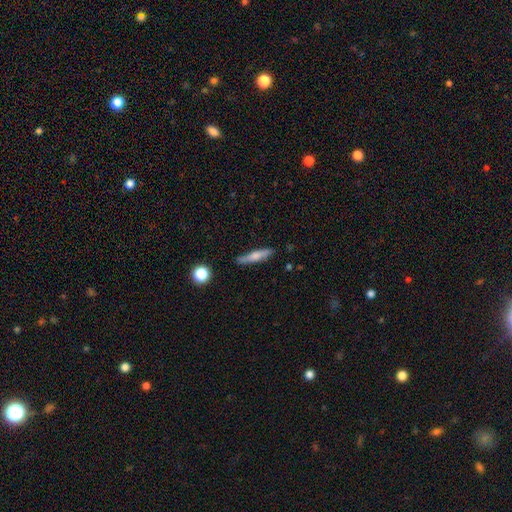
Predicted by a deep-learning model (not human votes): A smooth galaxy with no disk features (62%) that is cigar-shaped (87%).

Vote fractions:
- Smooth or featured? smooth: 62% / featured or disk: 31% / star or artifact: 7%
- How rounded? cigar-shaped: 87% / in between: 11% / round: 2%
- Merging? none: 82% / minor disturbance: 13% / major disturbance: 3% / merger: 2%